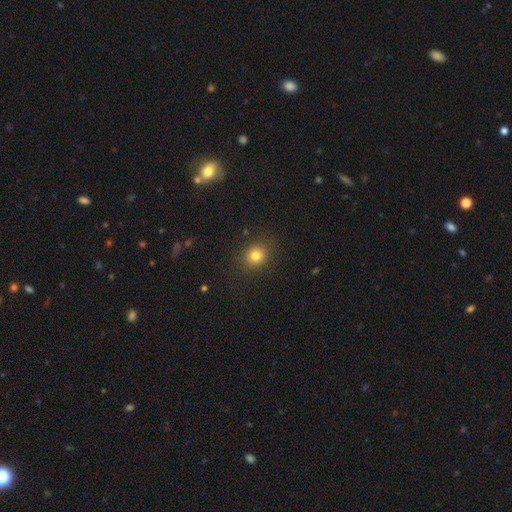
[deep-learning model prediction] A smooth galaxy with no disk features (80%) that is round (81%).

Vote fractions:
- Smooth or featured? smooth: 80% / star or artifact: 13% / featured or disk: 6%
- How rounded? round: 81% / in between: 18% / cigar-shaped: 1%
- Merging? none: 87% / minor disturbance: 8% / major disturbance: 3% / merger: 1%